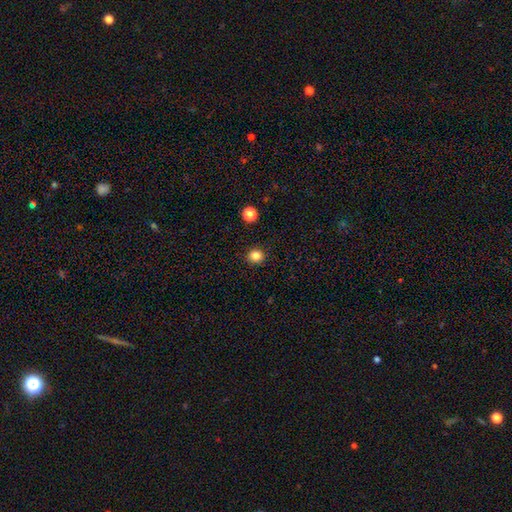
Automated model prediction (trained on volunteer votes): The model was most divided on "smooth or featured": smooth: 83%, star or artifact: 12%, featured or disk: 5%. More confident: merging — none (92%); how rounded — round (89%).